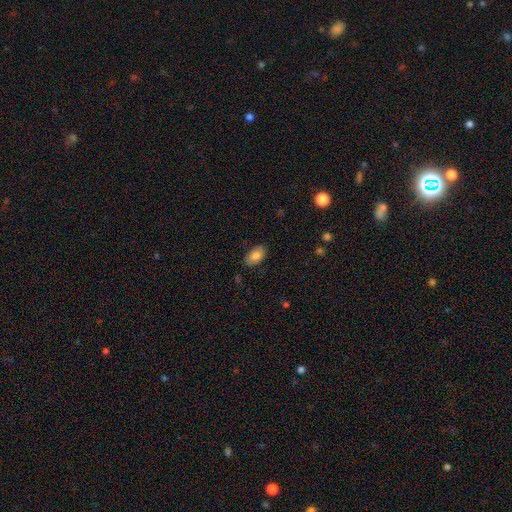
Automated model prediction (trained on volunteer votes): Overall: smooth (82%). How rounded: in between (92%). Merging: none (84%).